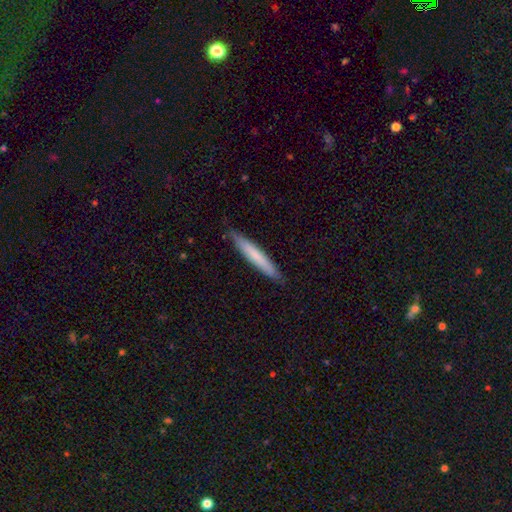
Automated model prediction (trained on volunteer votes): This is likely a smooth galaxy (71%). How rounded: clearly cigar-shaped (95%). Merging: clearly none (89%).